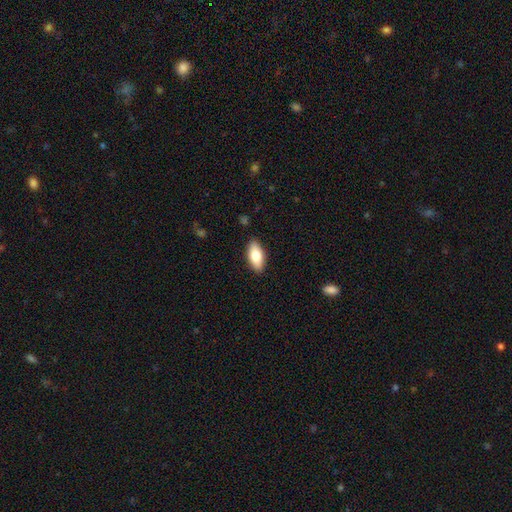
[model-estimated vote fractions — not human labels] Smooth or featured: smooth — 79% (featured or disk — 15%)
How rounded: in between — 88% (cigar-shaped — 9%)
Merging: none — 88% (minor disturbance — 9%)